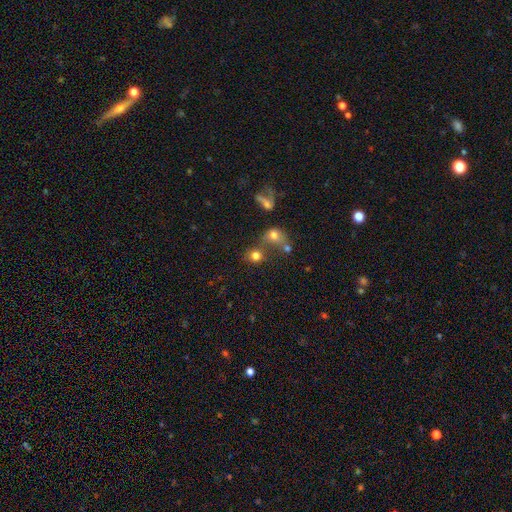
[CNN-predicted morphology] Smooth or featured? Predicted: smooth (p=0.77). How rounded? Predicted: round (p=0.78). Merging? Predicted: none (p=0.45).